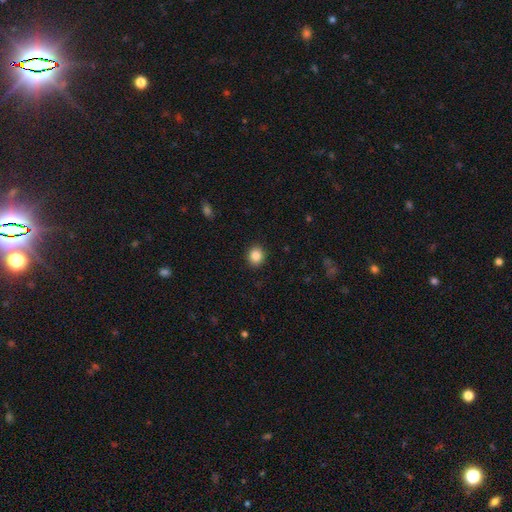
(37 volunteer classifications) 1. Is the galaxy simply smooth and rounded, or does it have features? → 92% smooth, 5% star or artifact, 3% featured or disk.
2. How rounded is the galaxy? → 82% round, 18% in between, 0% cigar-shaped.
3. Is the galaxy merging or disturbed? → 97% none, 3% major disturbance, 0% minor disturbance, 0% merger.